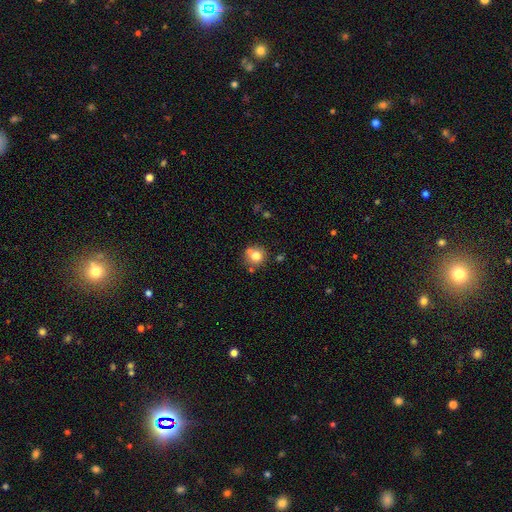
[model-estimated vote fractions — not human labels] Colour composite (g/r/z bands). It shows a smooth galaxy with no disk features (74%) that is round (90%). Merging: none (64%).